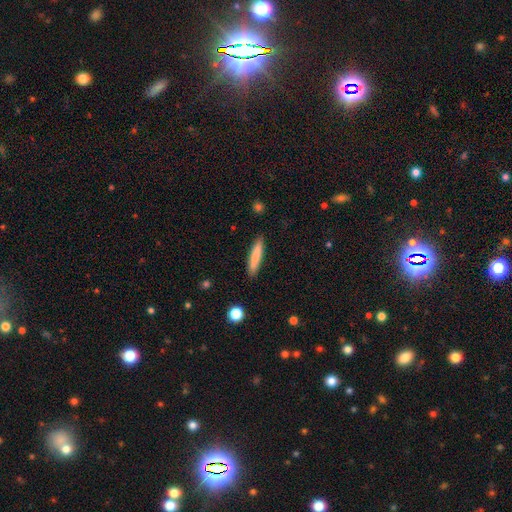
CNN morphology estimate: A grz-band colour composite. It shows a smooth galaxy with no disk features (80%) that is cigar-shaped (91%). Merging: none (89%).